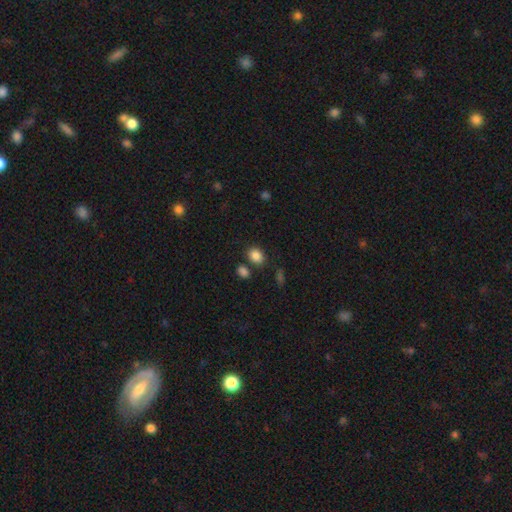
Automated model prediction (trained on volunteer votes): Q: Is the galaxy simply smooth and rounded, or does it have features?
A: smooth — 86%.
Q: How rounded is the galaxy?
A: in between — 58%.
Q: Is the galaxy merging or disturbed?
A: none — 76%.